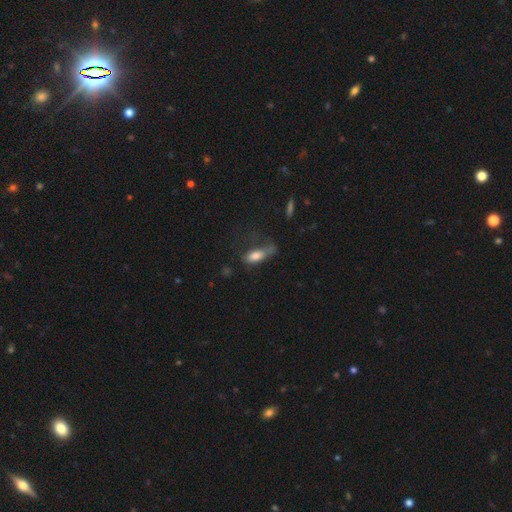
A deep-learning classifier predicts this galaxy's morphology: Smooth or featured?
  - smooth: 73% *
  - featured or disk: 18%
  - star or artifact: 9%
How rounded?
  - in between: 67% *
  - cigar-shaped: 29%
  - round: 4%
Merging?
  - major disturbance: 38% *
  - none: 30%
  - minor disturbance: 27%
  - merger: 5%